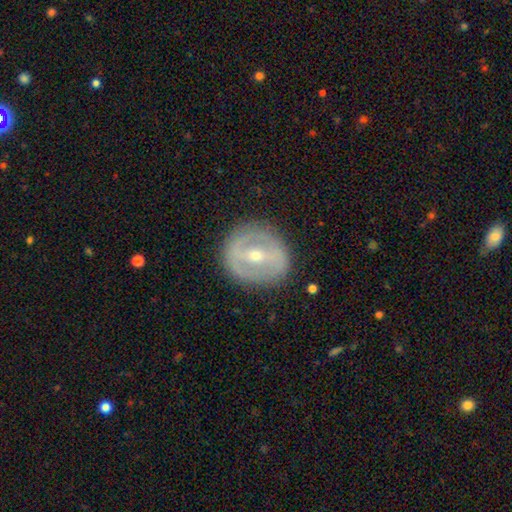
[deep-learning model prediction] Overall: featured or disk (71%). Edge-on disk: no (94%). Bar: strong (50%; weak 34%). Spiral arms: no (65%; yes 35%). Bulge size: moderate (50%; small 47%). Merging: none (84%).